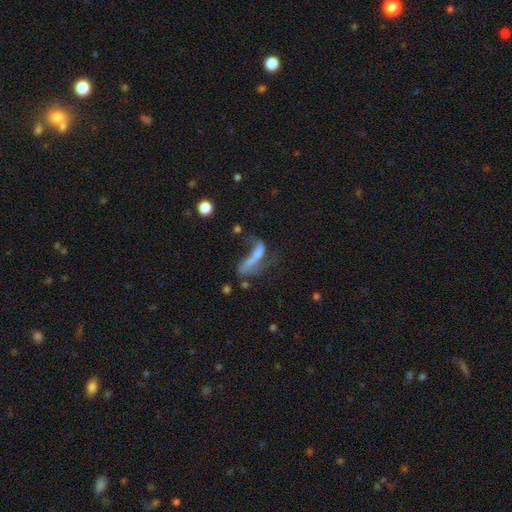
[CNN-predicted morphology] Overall: featured or disk (44%; smooth 43%). Merging: major disturbance (41%; merger 22%).